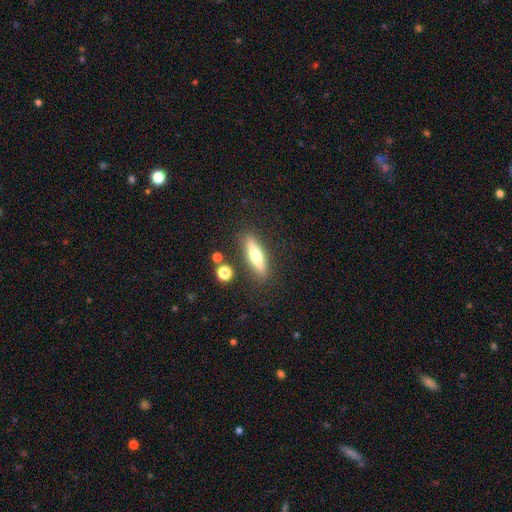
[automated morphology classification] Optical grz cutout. It shows a smooth galaxy with no disk features (55%) that is cigar-shaped (71%). Merging: none (85%).